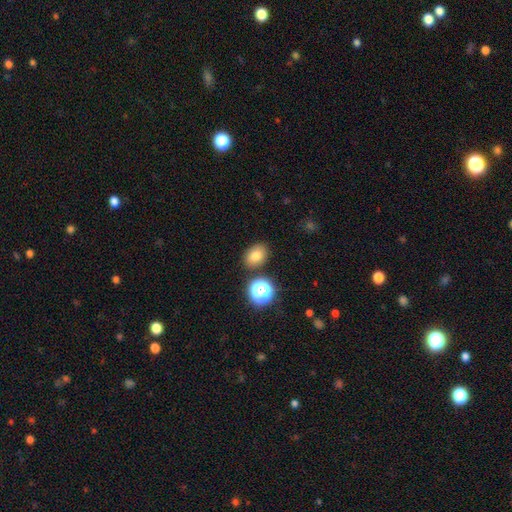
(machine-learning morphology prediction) A smooth galaxy with no disk features (78%) that is in between round and cigar-shaped (68%). Merging: none (82%).